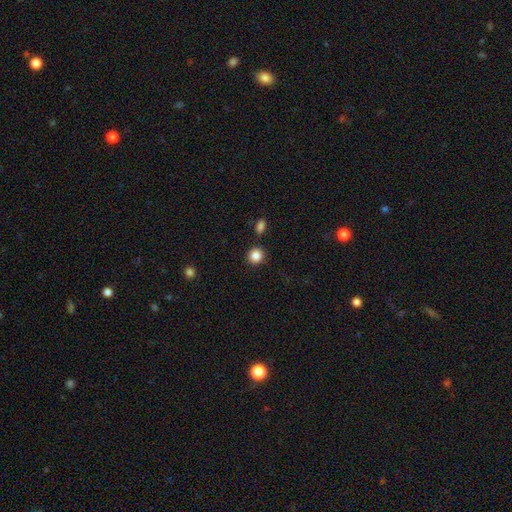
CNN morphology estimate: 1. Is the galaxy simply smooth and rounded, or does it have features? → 86% smooth, 10% star or artifact, 4% featured or disk.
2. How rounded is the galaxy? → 88% round, 11% in between, 1% cigar-shaped.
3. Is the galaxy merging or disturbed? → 86% none, 7% minor disturbance, 4% merger, 2% major disturbance.